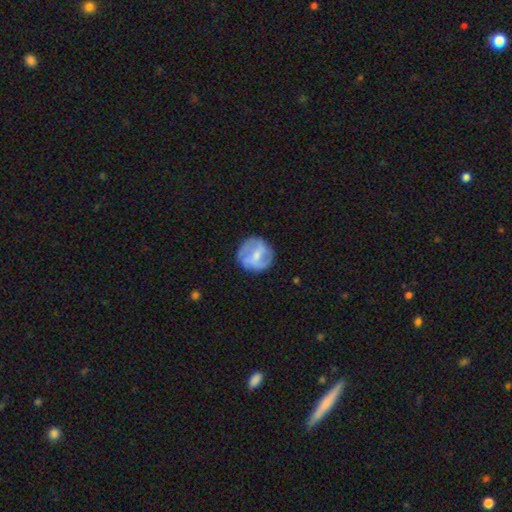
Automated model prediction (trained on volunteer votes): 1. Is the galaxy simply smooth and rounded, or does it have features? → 59% featured or disk, 34% smooth, 7% star or artifact.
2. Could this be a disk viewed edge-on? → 97% no, 3% yes.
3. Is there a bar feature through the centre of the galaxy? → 48% weak, 28% no, 23% strong.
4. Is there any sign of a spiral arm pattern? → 65% yes, 35% no.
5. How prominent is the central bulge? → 50% small, 37% moderate, 10% none, 3% large, 1% dominant.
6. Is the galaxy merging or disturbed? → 74% none, 16% minor disturbance, 8% major disturbance, 2% merger.